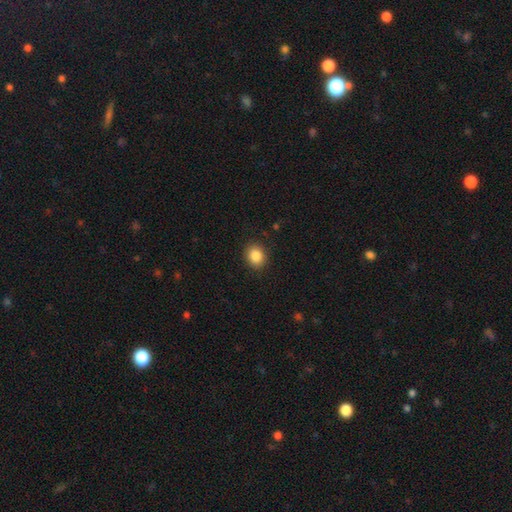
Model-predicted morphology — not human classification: This is clearly a smooth galaxy (86%). How rounded: likely round (65%). Merging: clearly none (89%).